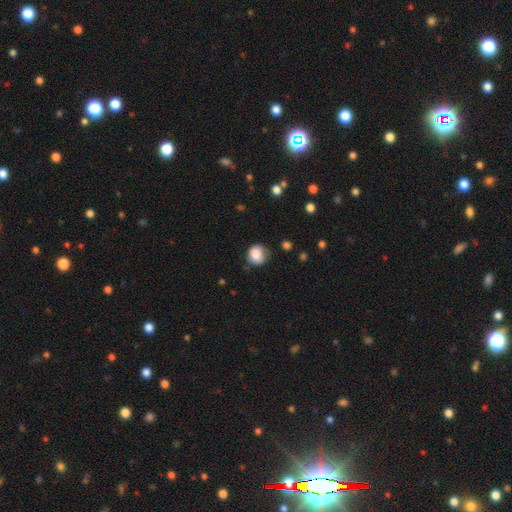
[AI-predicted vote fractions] Q: Smooth or featured?
A: smooth (85%); runner-up: star or artifact (9%)
Q: How rounded?
A: round (81%); runner-up: in between (18%)
Q: Merging?
A: none (65%); runner-up: minor disturbance (26%)